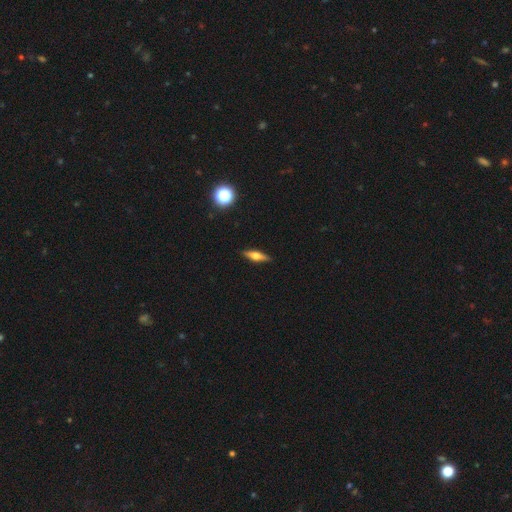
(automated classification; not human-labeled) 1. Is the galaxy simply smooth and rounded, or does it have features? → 52% featured or disk, 40% smooth, 8% star or artifact.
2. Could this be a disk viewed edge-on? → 93% yes, 7% no.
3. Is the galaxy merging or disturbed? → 90% none, 8% minor disturbance, 2% major disturbance, 1% merger.